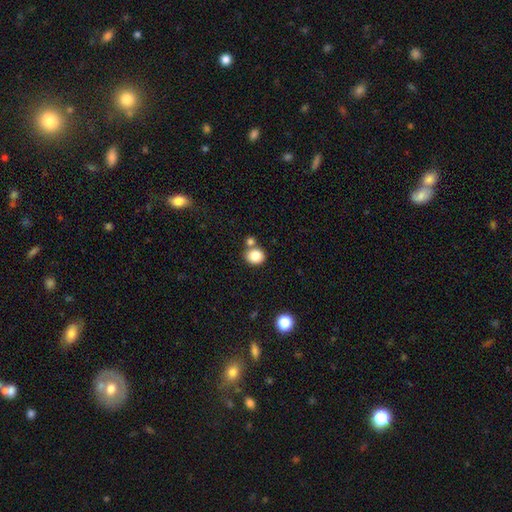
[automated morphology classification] Q: Smooth or featured?
A: smooth (84%); runner-up: star or artifact (10%)
Q: How rounded?
A: round (74%); runner-up: in between (26%)
Q: Merging?
A: none (66%); runner-up: merger (22%)